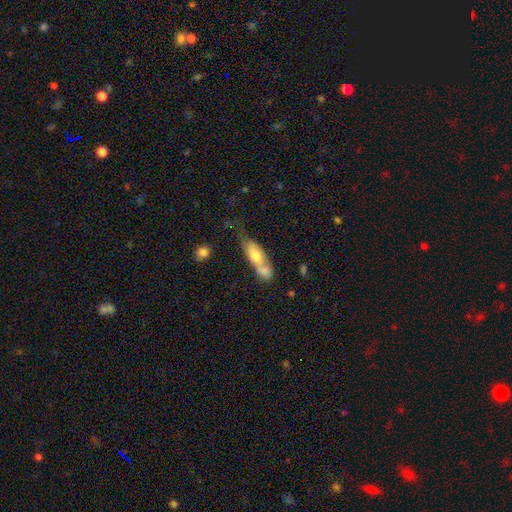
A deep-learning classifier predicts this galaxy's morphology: smooth-or-featured: smooth: 63% | featured or disk: 30% | star or artifact: 8%
  how-rounded: in between: 62% | cigar-shaped: 32% | round: 6%
  merging: merger: 60% | none: 22% | minor disturbance: 11% | major disturbance: 6%